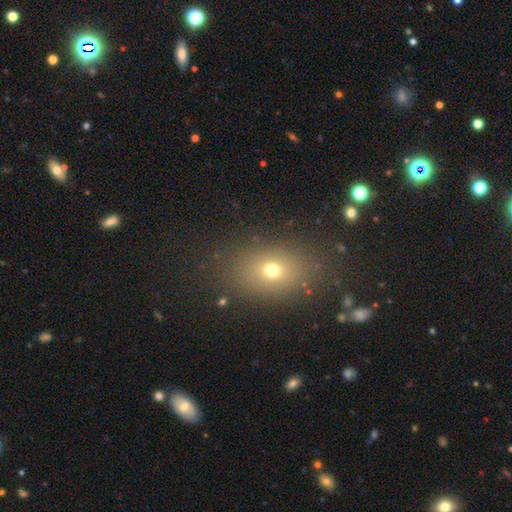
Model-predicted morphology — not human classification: Overall: smooth (61%; star or artifact 27%). How rounded: in between (71%). Merging: none (86%).